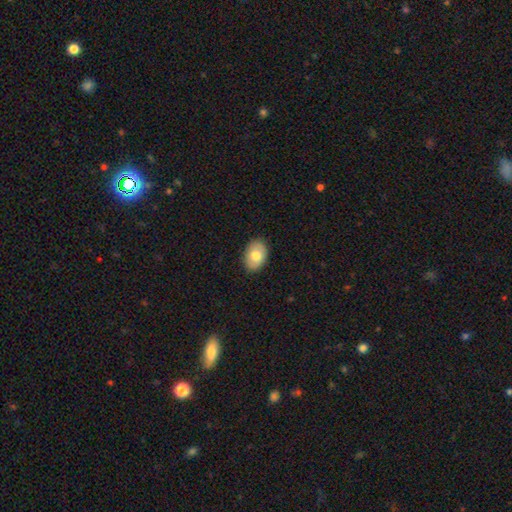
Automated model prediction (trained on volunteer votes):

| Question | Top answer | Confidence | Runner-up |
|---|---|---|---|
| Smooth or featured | smooth | 75% | featured or disk (19%) |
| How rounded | in between | 85% | round (13%) |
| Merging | none | 87% | minor disturbance (10%) |